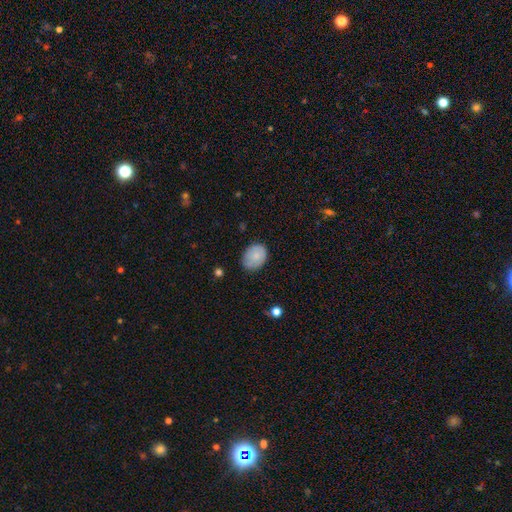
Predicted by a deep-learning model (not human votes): Q: Smooth or featured?
A: smooth (80%); runner-up: featured or disk (13%)
Q: How rounded?
A: in between (65%); runner-up: round (34%)
Q: Merging?
A: none (76%); runner-up: minor disturbance (20%)